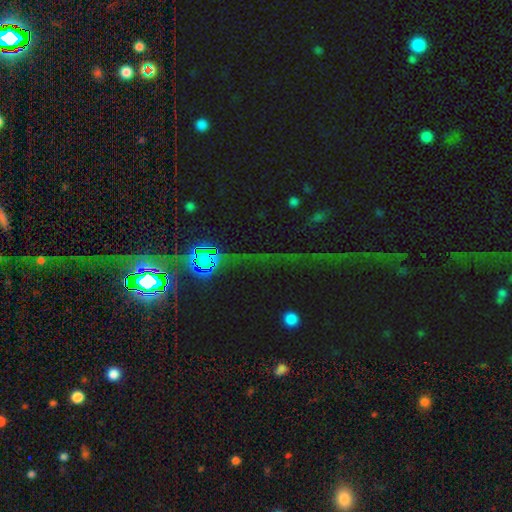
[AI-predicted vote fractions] A star or artifact, not a galaxy (76%).